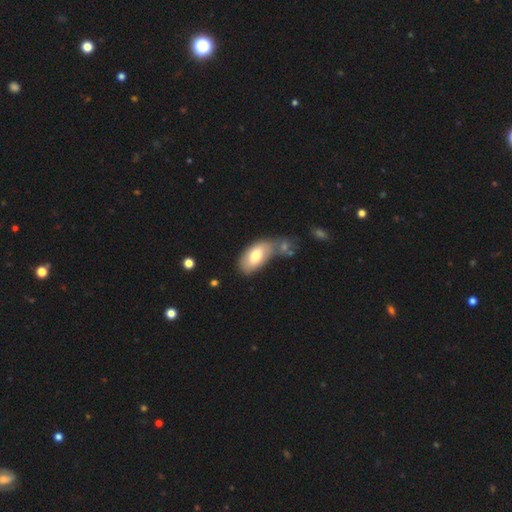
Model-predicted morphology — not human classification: smooth 72%, featured or disk 21%, star or artifact 7%. Down the decision tree: how rounded — in between (93%); merging — merger (38%).